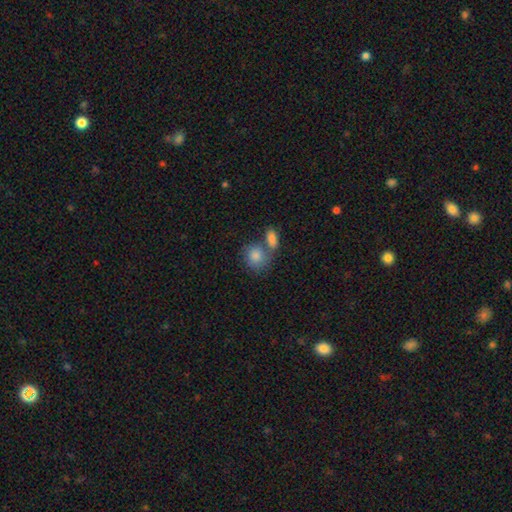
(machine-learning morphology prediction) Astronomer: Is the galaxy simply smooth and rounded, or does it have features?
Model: smooth — 84%.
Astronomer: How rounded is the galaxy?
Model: round — 65%.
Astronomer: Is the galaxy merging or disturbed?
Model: merger — 42%, tied with none at 42%.